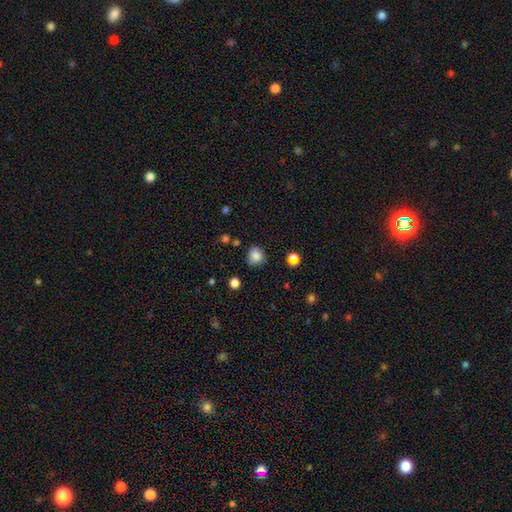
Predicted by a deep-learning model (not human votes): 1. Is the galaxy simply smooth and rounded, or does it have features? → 84% smooth, 11% star or artifact, 4% featured or disk.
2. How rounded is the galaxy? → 85% round, 14% in between, 1% cigar-shaped.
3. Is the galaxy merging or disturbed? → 80% none, 14% minor disturbance, 3% major disturbance, 2% merger.